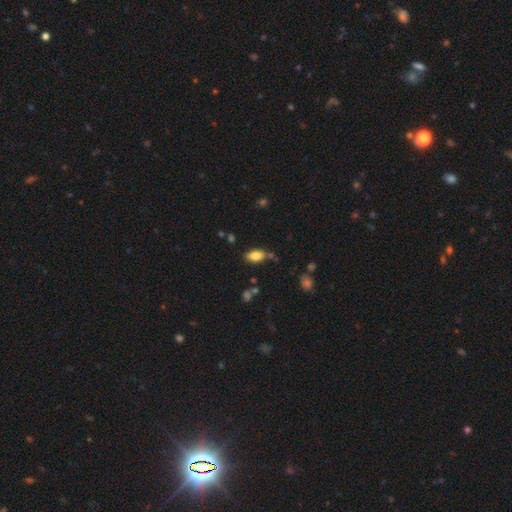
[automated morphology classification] Smooth or featured? smooth (81%)
How rounded? in between (92%)
Merging? none (74%)